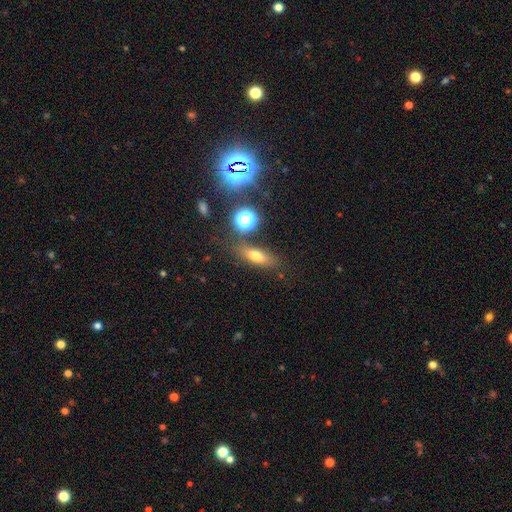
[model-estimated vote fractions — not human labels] Overall: smooth (64%). How rounded: in between (52%; cigar-shaped 36%). Merging: none (75%).